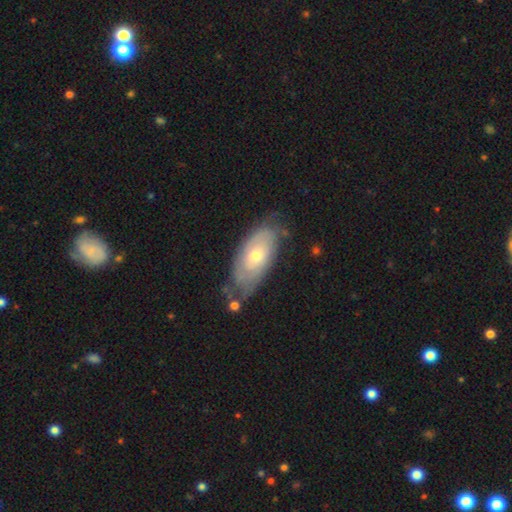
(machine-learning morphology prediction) This appears to be a featured or disk galaxy (57%) with no bar (79%), spiral arms (68%) and a moderate central bulge (53%). Merging: none (59%).